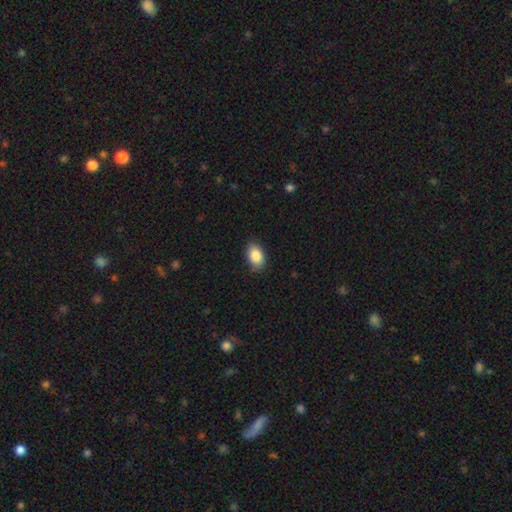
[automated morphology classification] smooth_or_featured: smooth (p=0.87) [alt: star or artifact p=0.08]
how_rounded: in between (p=0.85) [alt: round p=0.14]
merging: none (p=0.83) [alt: minor disturbance p=0.13]